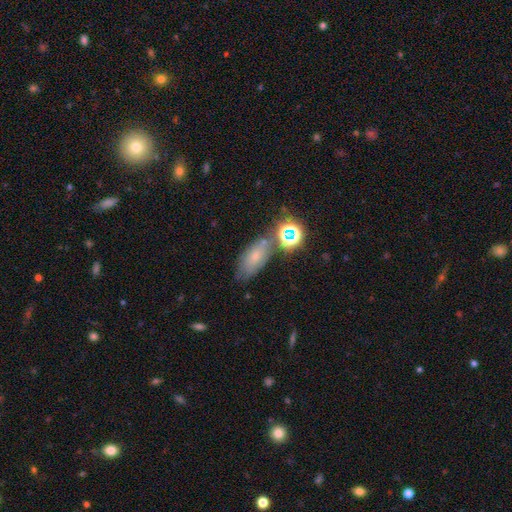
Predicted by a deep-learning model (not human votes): Smooth or featured: smooth — 57% (star or artifact — 23%)
How rounded: in between — 81% (round — 11%)
Merging: none — 62% (minor disturbance — 19%)